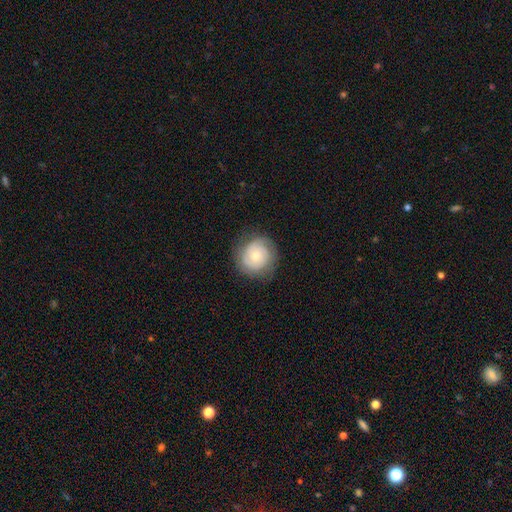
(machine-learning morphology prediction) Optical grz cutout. It shows a featured or disk galaxy (56%) with no bar (81%), spiral arms (81%) and a moderate central bulge (53%). Merging: none (78%).